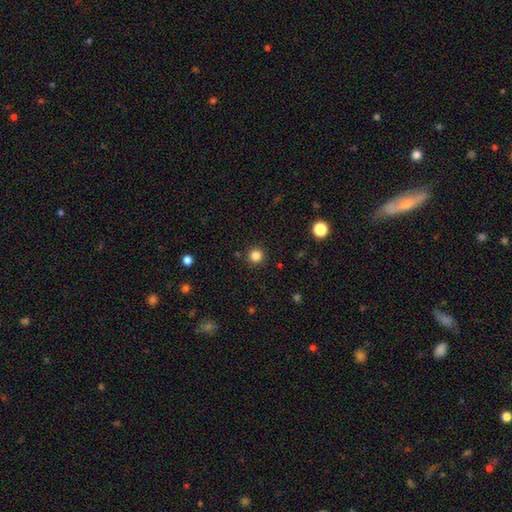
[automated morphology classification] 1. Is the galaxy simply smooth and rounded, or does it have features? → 83% smooth, 13% star or artifact, 4% featured or disk.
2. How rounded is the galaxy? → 95% round, 4% in between, 1% cigar-shaped.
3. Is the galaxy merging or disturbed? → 91% none, 5% minor disturbance, 2% major disturbance, 1% merger.